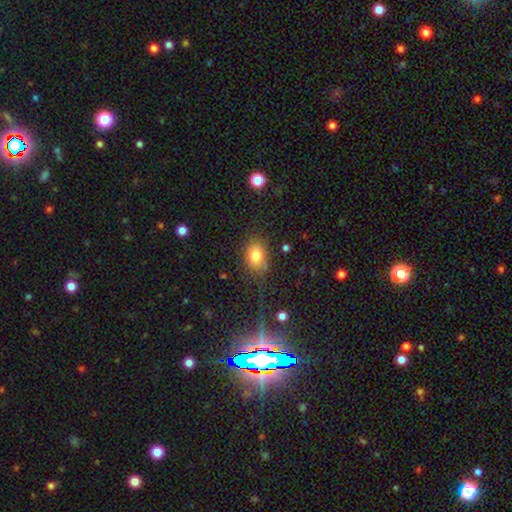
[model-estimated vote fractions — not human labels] A smooth galaxy with no disk features (79%) that is in between round and cigar-shaped (62%). Merging: none (76%).